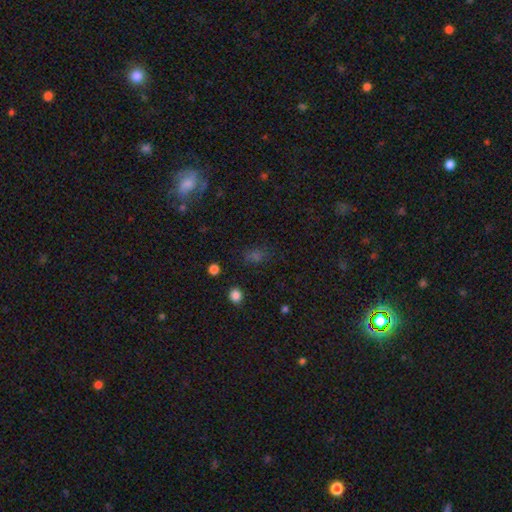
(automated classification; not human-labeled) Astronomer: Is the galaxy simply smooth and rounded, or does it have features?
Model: smooth — 49% (runner-up: star or artifact, 39%).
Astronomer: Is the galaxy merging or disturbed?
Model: none — 73%.